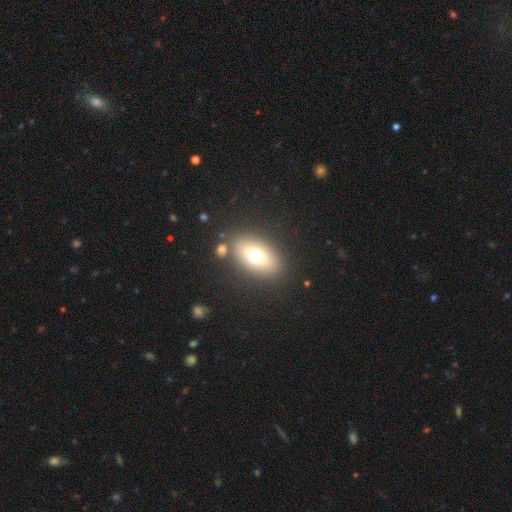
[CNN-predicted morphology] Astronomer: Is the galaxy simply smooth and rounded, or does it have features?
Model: smooth — 67%.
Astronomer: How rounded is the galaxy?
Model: in between — 78%.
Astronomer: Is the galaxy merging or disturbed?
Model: none — 80%.